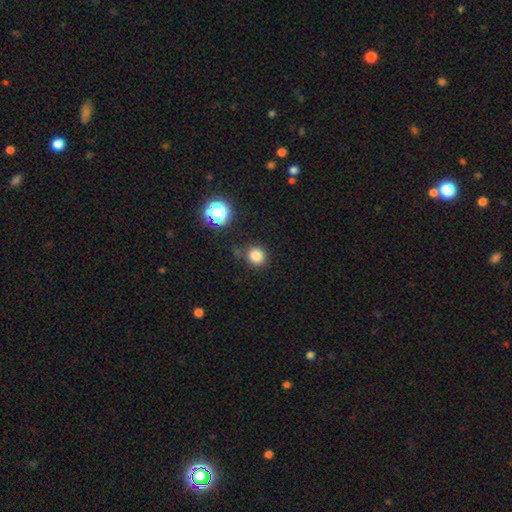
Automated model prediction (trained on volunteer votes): Overall: smooth (81%). How rounded: round (91%). Merging: none (80%).